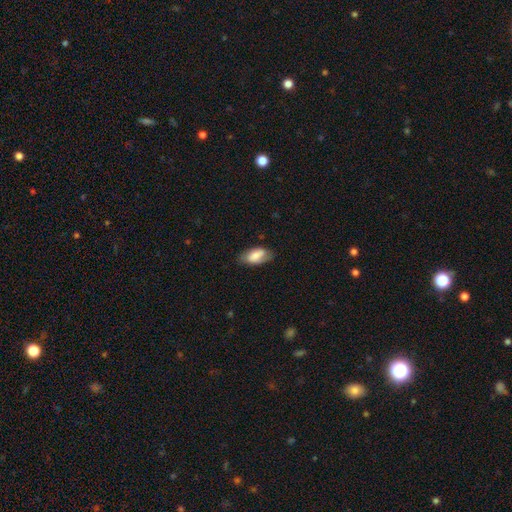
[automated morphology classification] This is likely a smooth galaxy (70%). How rounded: clearly in between (92%). Merging: likely none (68%).